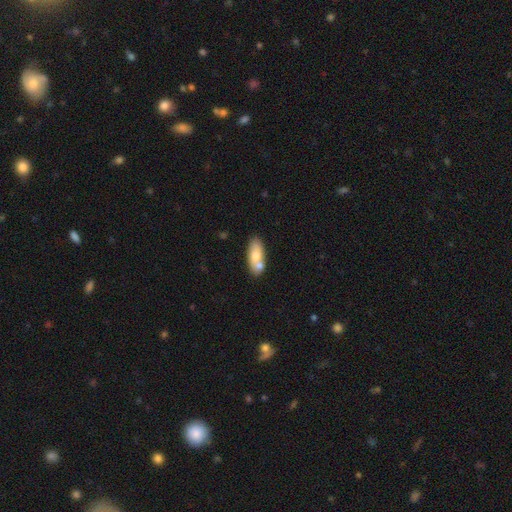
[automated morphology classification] type=smooth (69%); roundness=in between (80%); merging=none (53%).